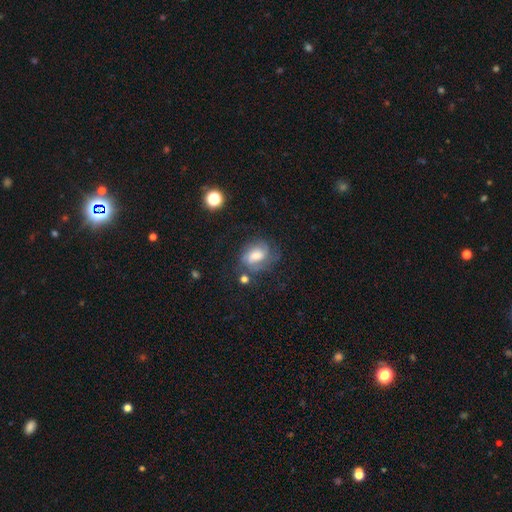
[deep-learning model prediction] This is possibly a featured or disk galaxy (57%). It is clearly not viewed edge-on (97%). Bar: possibly no (53%). Spiral arm pattern: clearly yes (87%). Central bulge: possibly moderate (55%). Merging: possibly none (57%).